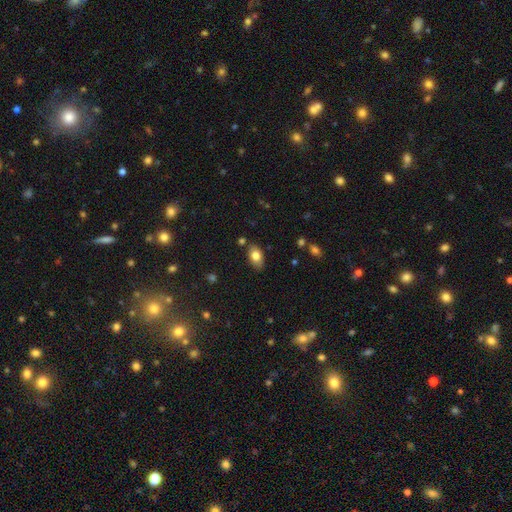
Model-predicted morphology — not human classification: This is likely a smooth galaxy (79%). How rounded: clearly in between (90%). Merging: clearly none (80%).